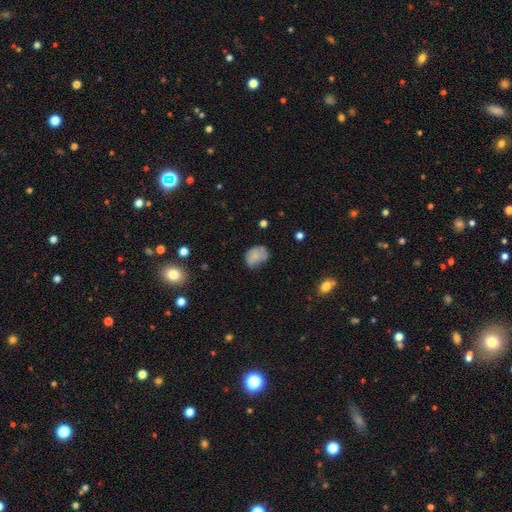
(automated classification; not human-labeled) This appears to be a smooth galaxy with no disk features (73%) that is in between round and cigar-shaped (63%). Merging: none (49%).